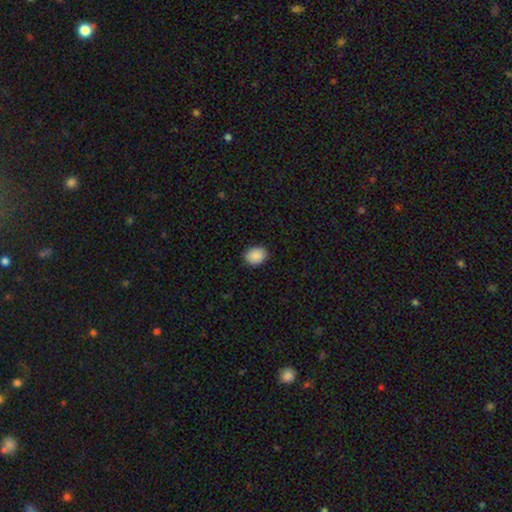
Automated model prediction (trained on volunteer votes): smooth-or-featured: smooth: 90% | star or artifact: 7% | featured or disk: 3%
  how-rounded: in between: 58% | round: 41% | cigar-shaped: 1%
  merging: none: 89% | minor disturbance: 8% | major disturbance: 2% | merger: 1%